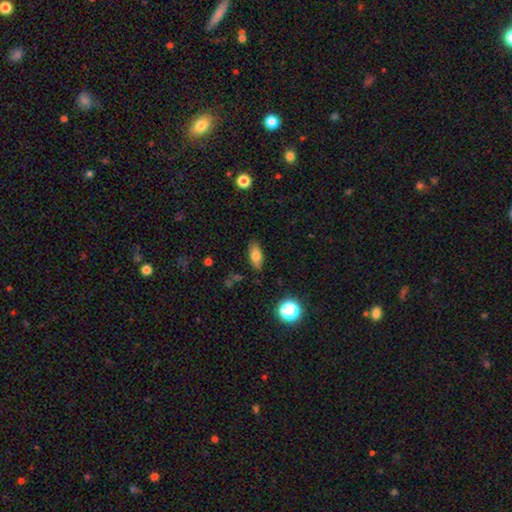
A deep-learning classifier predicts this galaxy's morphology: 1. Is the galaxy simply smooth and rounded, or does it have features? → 76% smooth, 14% featured or disk, 10% star or artifact.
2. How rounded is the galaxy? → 81% in between, 14% cigar-shaped, 6% round.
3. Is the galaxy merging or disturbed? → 85% none, 11% minor disturbance, 2% major disturbance, 2% merger.